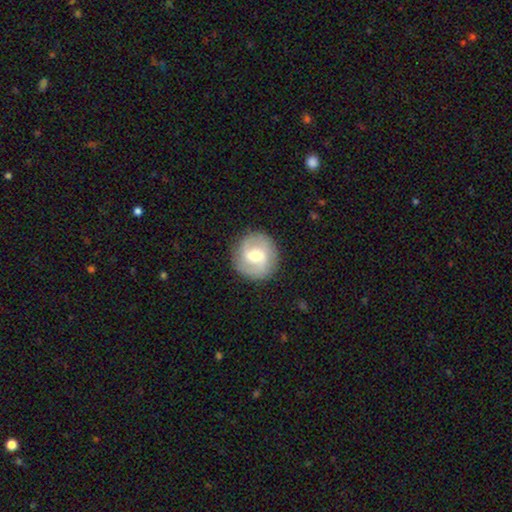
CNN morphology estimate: featured or disk 68%, smooth 26%, star or artifact 6%. Down the decision tree: edge-on disk — no (97%); bar — weak (54%); spiral arms — yes (85%); spiral arm count — 2 (84%); spiral winding — medium (46%); bulge size — moderate (68%); merging — none (87%).